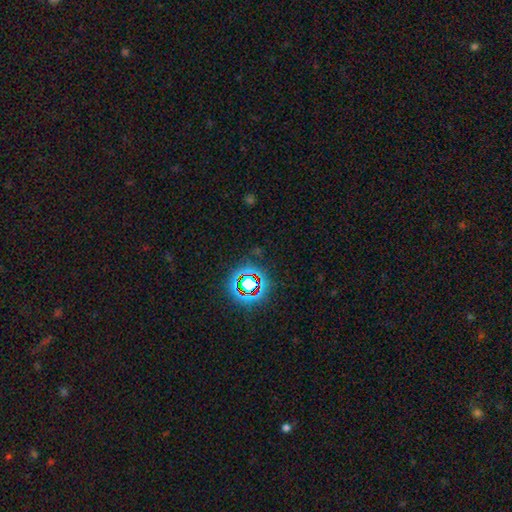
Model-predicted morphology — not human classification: Smooth or featured? Predicted: star or artifact (p=0.75).